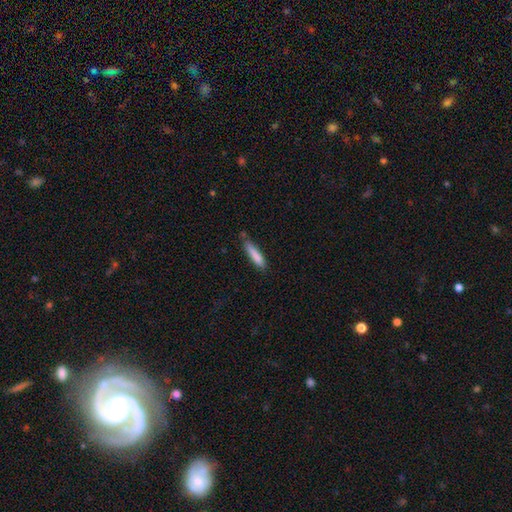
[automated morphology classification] A smooth galaxy with no disk features (83%) that is cigar-shaped (85%). Merging: none (72%).